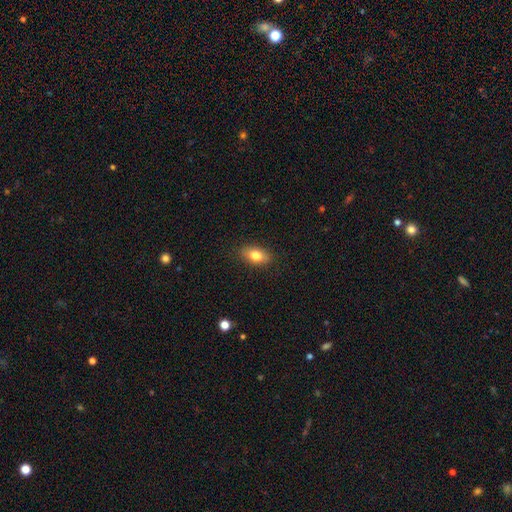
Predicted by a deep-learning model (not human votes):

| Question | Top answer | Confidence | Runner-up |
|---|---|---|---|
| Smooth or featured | smooth | 79% | featured or disk (13%) |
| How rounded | in between | 87% | round (9%) |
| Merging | none | 87% | minor disturbance (10%) |